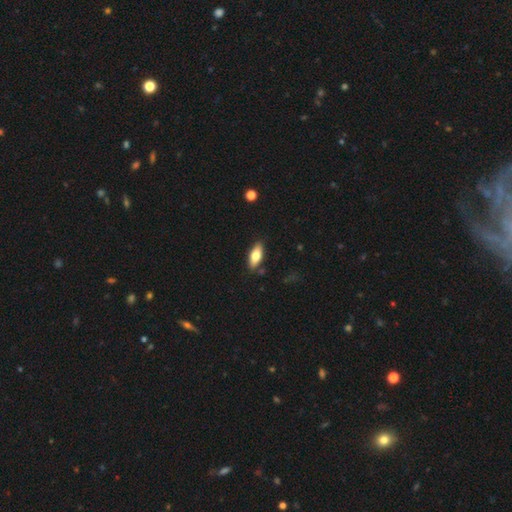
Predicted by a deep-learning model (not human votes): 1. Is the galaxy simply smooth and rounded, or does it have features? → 71% smooth, 23% featured or disk, 6% star or artifact.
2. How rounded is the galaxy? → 78% in between, 20% cigar-shaped, 3% round.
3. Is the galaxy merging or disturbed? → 85% none, 11% minor disturbance, 2% merger, 2% major disturbance.